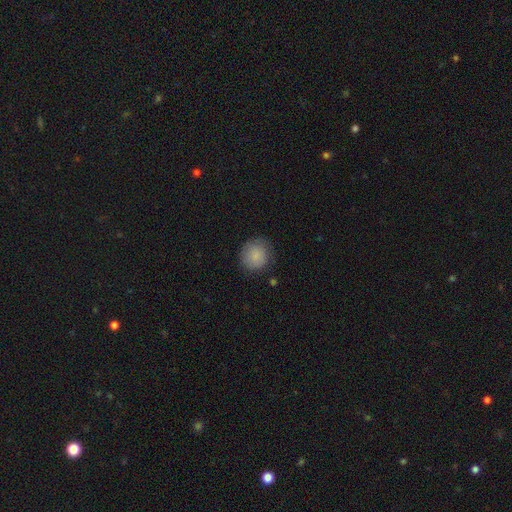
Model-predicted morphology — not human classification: type=smooth (86%); roundness=round (91%); merging=none (79%).